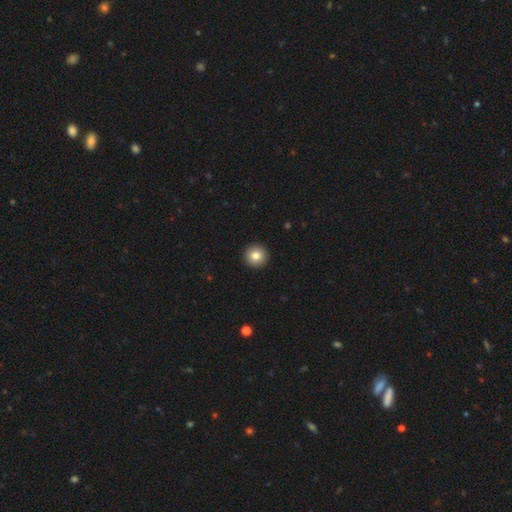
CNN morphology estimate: Smooth or featured? smooth (82%)
How rounded? round (96%)
Merging? none (94%)